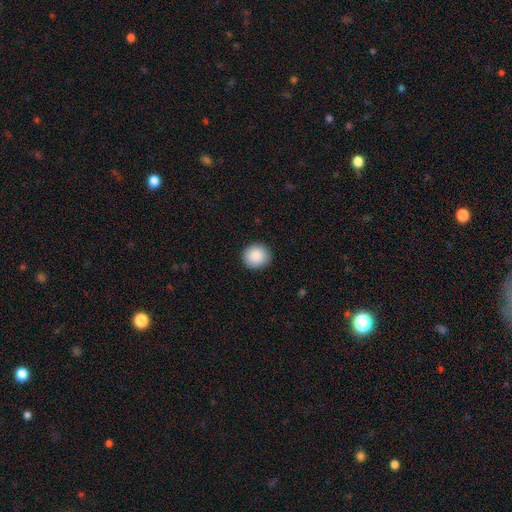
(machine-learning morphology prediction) Smooth or featured? smooth (88%)
How rounded? round (91%)
Merging? none (92%)